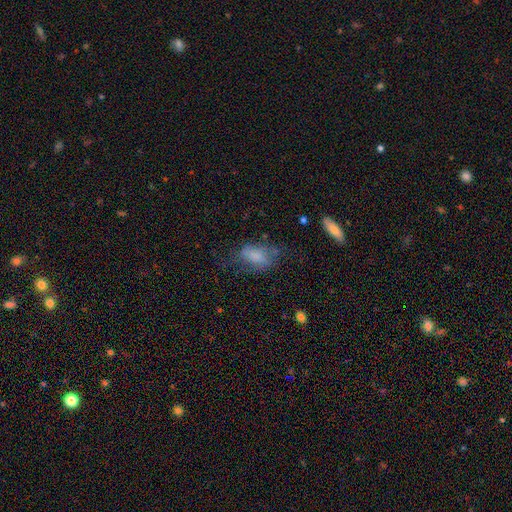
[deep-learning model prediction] A smooth galaxy with no disk features (62%) that is in between round and cigar-shaped (87%).

Vote fractions:
- Smooth or featured? smooth: 62% / featured or disk: 28% / star or artifact: 10%
- How rounded? in between: 87% / round: 7% / cigar-shaped: 5%
- Merging? none: 39% / major disturbance: 30% / minor disturbance: 28% / merger: 3%